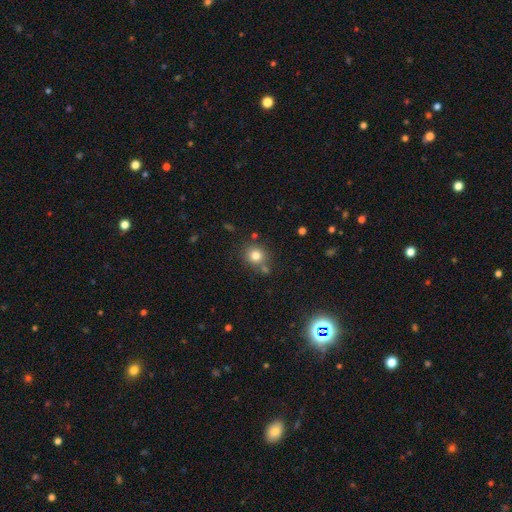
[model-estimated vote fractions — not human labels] A smooth galaxy with no disk features (79%) that is round (86%).

Vote fractions:
- Smooth or featured? smooth: 79% / star or artifact: 12% / featured or disk: 8%
- How rounded? round: 86% / in between: 13% / cigar-shaped: 1%
- Merging? none: 74% / merger: 12% / minor disturbance: 11% / major disturbance: 3%